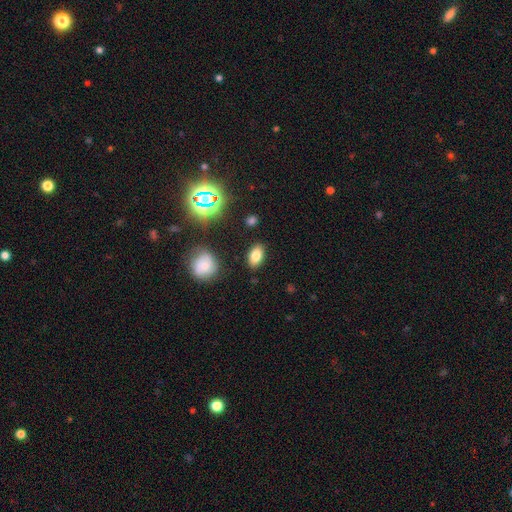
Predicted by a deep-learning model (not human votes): The model was most divided on "smooth or featured": smooth: 77%, star or artifact: 13%, featured or disk: 10%. More confident: how rounded — in between (89%); merging — none (87%).